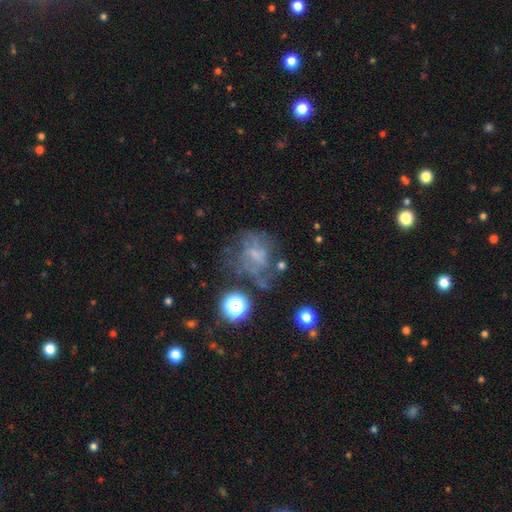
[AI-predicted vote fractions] Smooth or featured: featured or disk — 53% (smooth — 25%)
Edge-on disk: no — 97% (yes — 3%)
Bar: no — 61% (weak — 31%)
Spiral arms: no — 52% (yes — 48%)
Bulge size: small — 37% (none — 36%)
Merging: none — 46% (major disturbance — 27%)